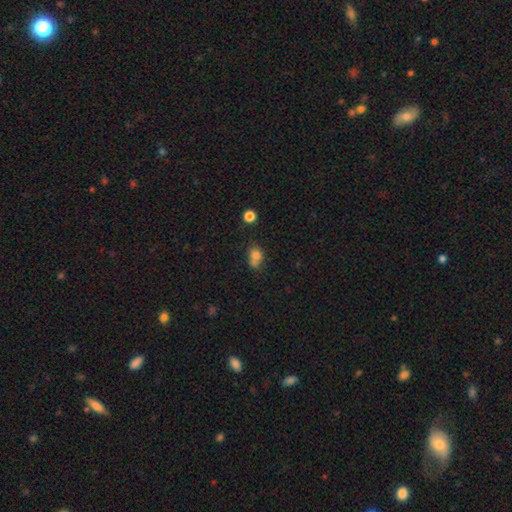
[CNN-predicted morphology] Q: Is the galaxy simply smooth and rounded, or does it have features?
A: smooth — 75%.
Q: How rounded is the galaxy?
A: round — 56%.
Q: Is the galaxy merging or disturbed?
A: merger — 40%.